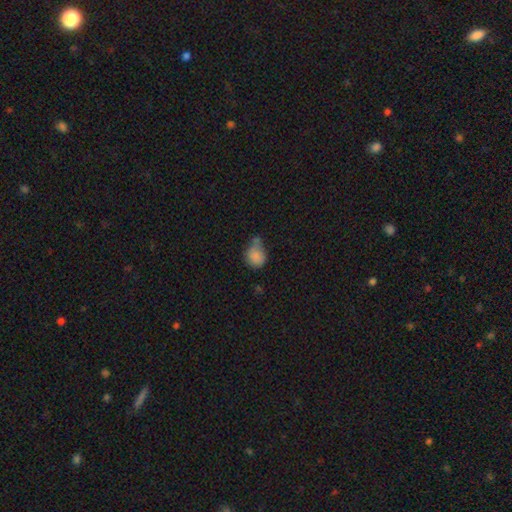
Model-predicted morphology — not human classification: This appears to be a smooth galaxy with no disk features (81%) that is round (56%). Merging: none (32%).